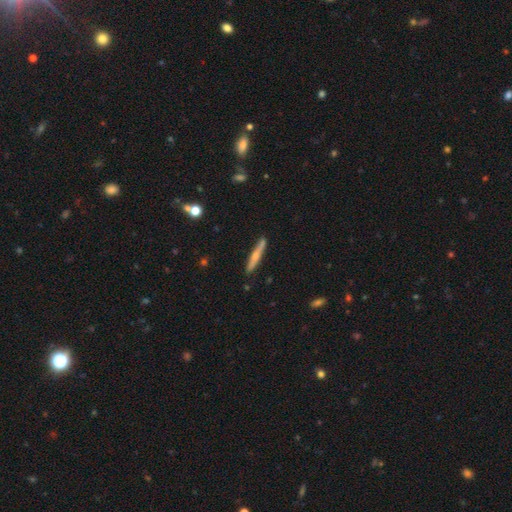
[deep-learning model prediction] Morphology: type=featured or disk (49%); merging=none (88%).